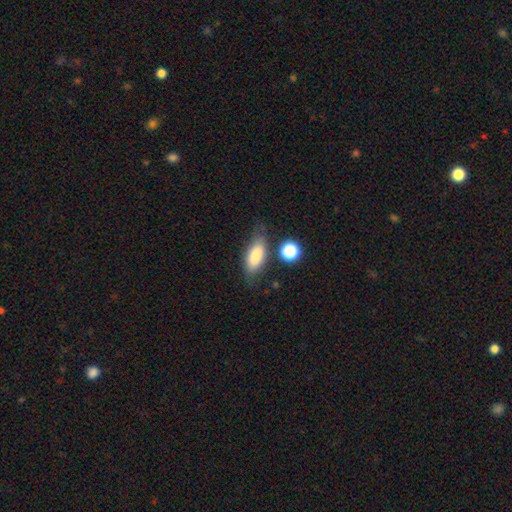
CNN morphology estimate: A smooth galaxy with no disk features (81%) that is in between round and cigar-shaped (80%). Merging: none (67%).